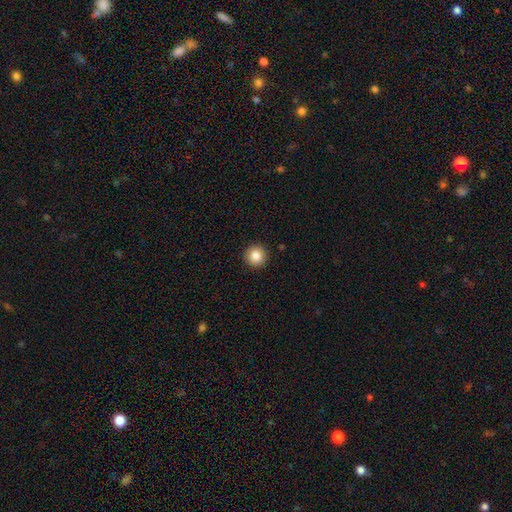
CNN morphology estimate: A smooth galaxy with no disk features (86%) that is round (95%). Merging: none (93%).